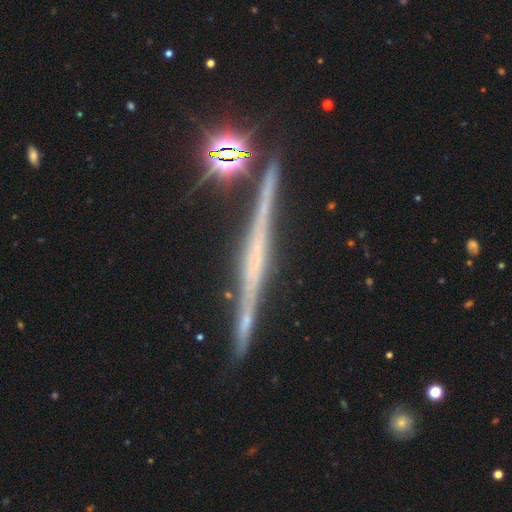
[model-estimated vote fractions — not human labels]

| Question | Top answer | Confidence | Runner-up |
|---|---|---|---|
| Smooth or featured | featured or disk | 79% | smooth (13%) |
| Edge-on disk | yes | 98% | no (2%) |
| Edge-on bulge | none | 72% | rounded (17%) |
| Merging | none | 87% | minor disturbance (7%) |